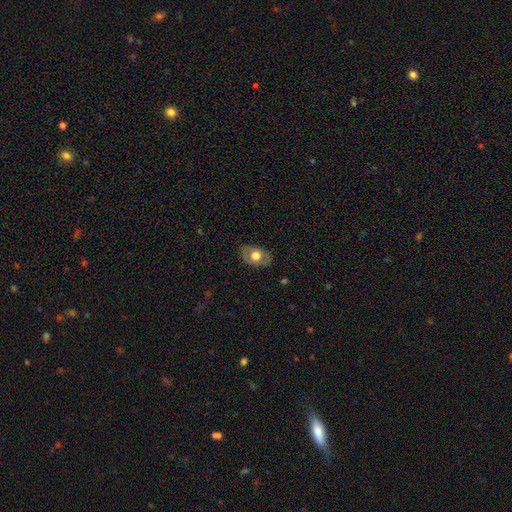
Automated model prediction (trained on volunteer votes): The model was most divided on "smooth or featured": smooth: 62%, featured or disk: 31%, star or artifact: 7%. More confident: how rounded — in between (82%); merging — none (79%).